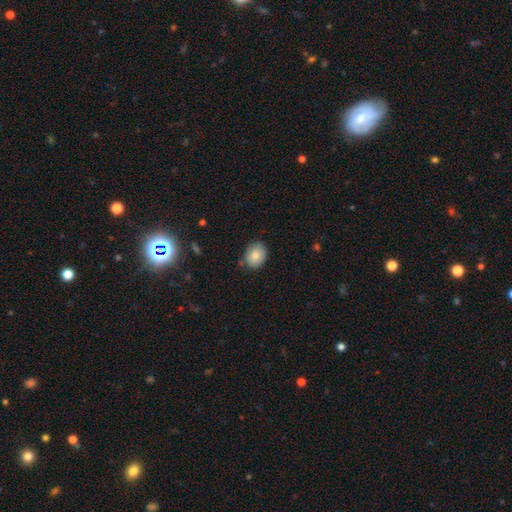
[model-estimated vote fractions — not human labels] Smooth or featured?
  - smooth: 83% *
  - featured or disk: 9%
  - star or artifact: 8%
How rounded?
  - in between: 50% *
  - round: 49%
  - cigar-shaped: 1%
Merging?
  - none: 79% *
  - minor disturbance: 16%
  - major disturbance: 3%
  - merger: 2%